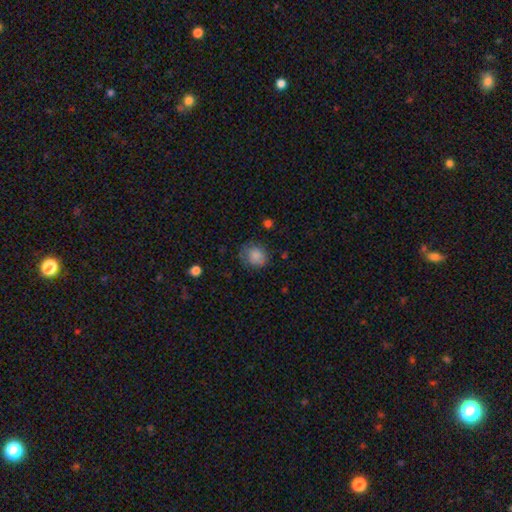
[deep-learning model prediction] Smooth or featured?
  - smooth: 82% *
  - featured or disk: 10%
  - star or artifact: 8%
How rounded?
  - round: 71% *
  - in between: 28%
  - cigar-shaped: 1%
Merging?
  - none: 68% *
  - minor disturbance: 23%
  - major disturbance: 8%
  - merger: 2%